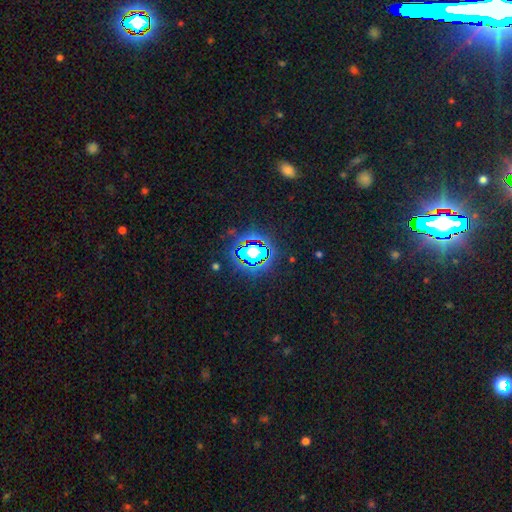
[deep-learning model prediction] smooth_or_featured: star or artifact (p=0.75) [alt: smooth p=0.15]